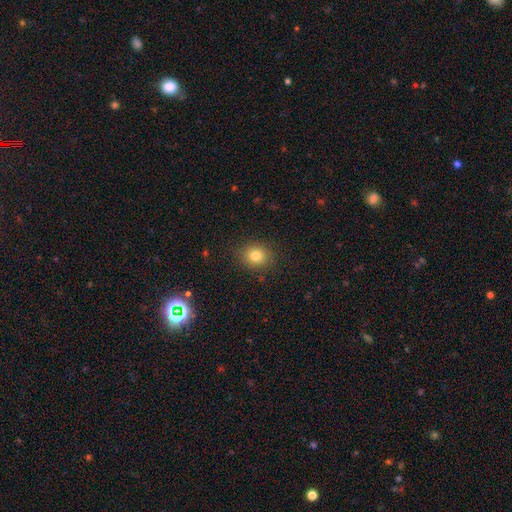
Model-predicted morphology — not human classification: Smooth or featured? smooth (81%)
How rounded? round (69%)
Merging? none (88%)